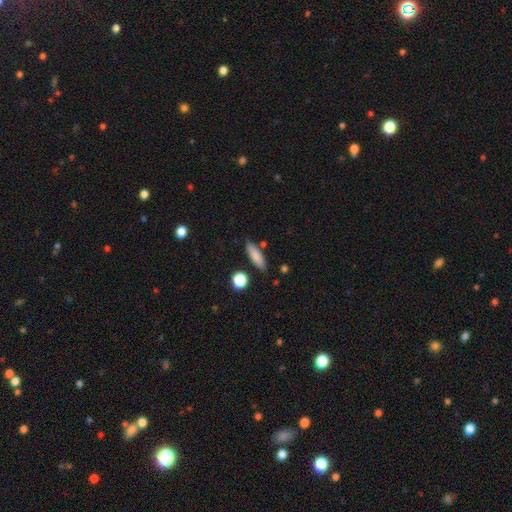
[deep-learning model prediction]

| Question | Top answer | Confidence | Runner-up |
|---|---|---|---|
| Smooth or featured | smooth | 81% | featured or disk (11%) |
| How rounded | cigar-shaped | 57% | in between (40%) |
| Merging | none | 81% | minor disturbance (11%) |